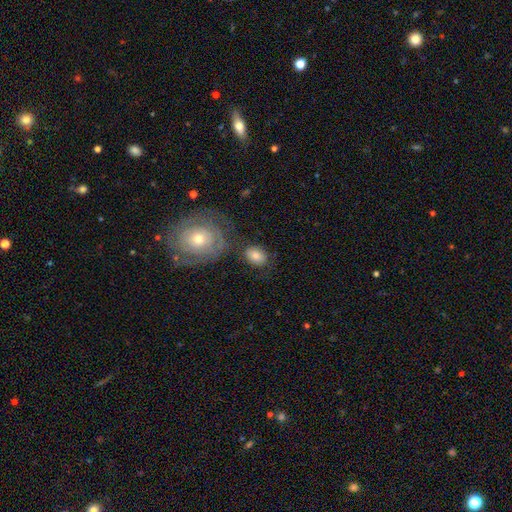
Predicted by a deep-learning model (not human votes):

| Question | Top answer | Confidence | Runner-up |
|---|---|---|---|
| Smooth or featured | smooth | 76% | featured or disk (17%) |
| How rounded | in between | 69% | round (29%) |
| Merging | none | 71% | minor disturbance (14%) |